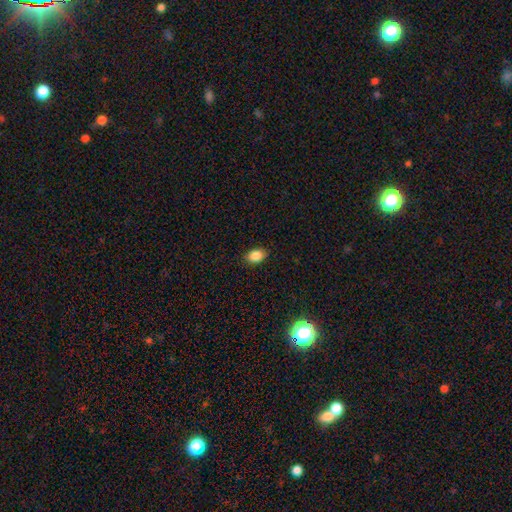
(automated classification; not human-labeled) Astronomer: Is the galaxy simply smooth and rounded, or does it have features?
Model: smooth — 87%.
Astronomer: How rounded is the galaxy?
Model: in between — 82%.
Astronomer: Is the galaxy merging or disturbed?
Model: none — 88%.